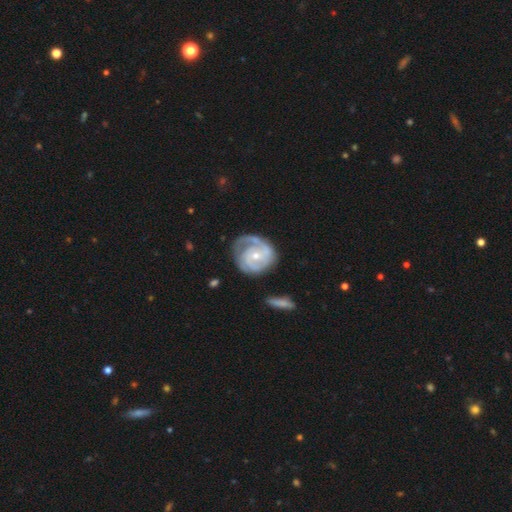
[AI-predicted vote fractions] A featured or disk galaxy (86%) with no bar (66%), 2 (52%) tight (62%) spiral arms (96%) and a small central bulge (56%). Merging: none (63%).